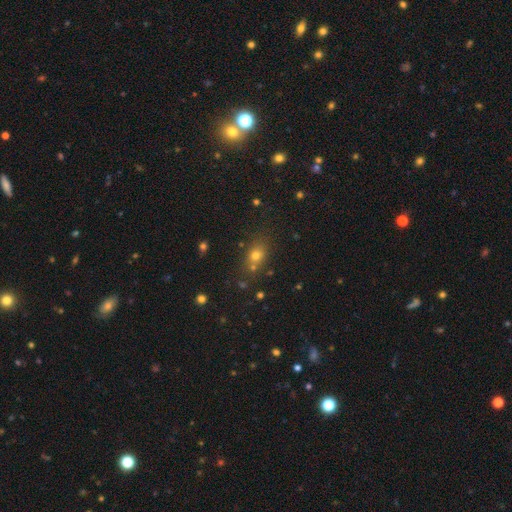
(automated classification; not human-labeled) Overall: smooth (67%). How rounded: round (51%; in between 46%). Merging: none (70%).